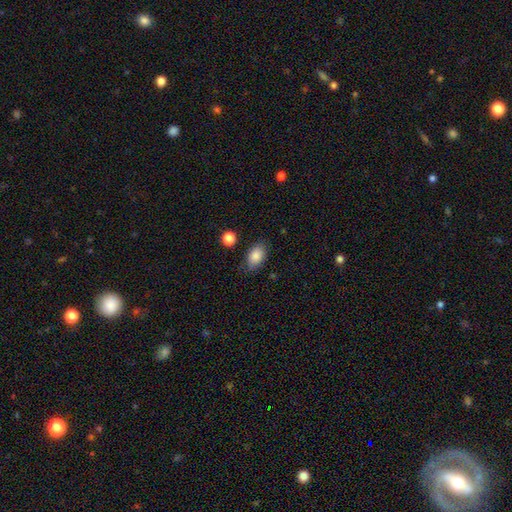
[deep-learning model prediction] Q: Smooth or featured?
A: smooth (86%); runner-up: star or artifact (8%)
Q: How rounded?
A: in between (89%); runner-up: round (10%)
Q: Merging?
A: none (80%); runner-up: minor disturbance (14%)